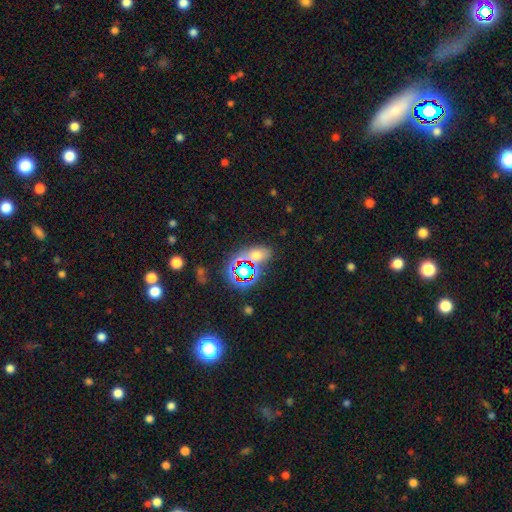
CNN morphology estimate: smooth 52%, star or artifact 37%, featured or disk 11%. Down the decision tree: how rounded — in between (72%); merging — none (69%).